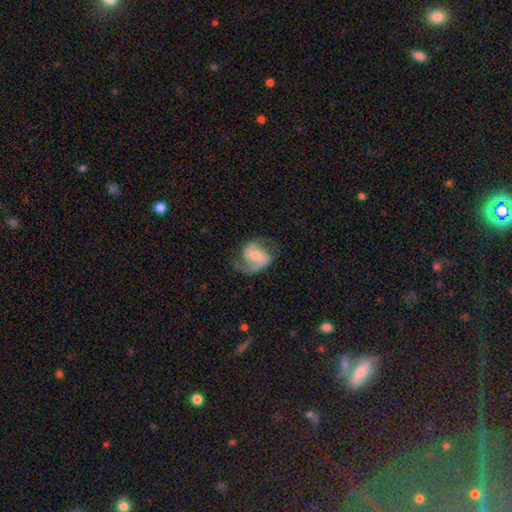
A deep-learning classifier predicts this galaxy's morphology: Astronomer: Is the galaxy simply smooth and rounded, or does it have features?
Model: featured or disk — 86%.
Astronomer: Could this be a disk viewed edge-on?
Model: no — 98%.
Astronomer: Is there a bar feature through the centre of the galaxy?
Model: weak — 49% (runner-up: no, 34%).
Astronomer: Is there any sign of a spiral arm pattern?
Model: yes — 97%.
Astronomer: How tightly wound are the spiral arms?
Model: medium — 56%.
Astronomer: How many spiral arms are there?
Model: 2 — 91%.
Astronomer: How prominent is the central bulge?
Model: moderate — 47% (runner-up: small, 34%).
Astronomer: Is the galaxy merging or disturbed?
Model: none — 74%.